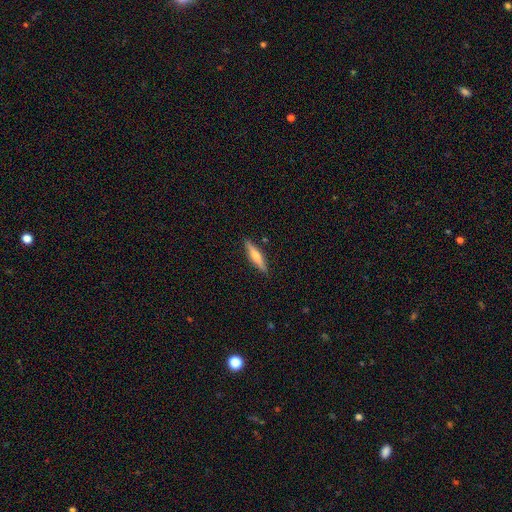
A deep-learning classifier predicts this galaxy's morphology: type=smooth (48%); merging=none (90%).